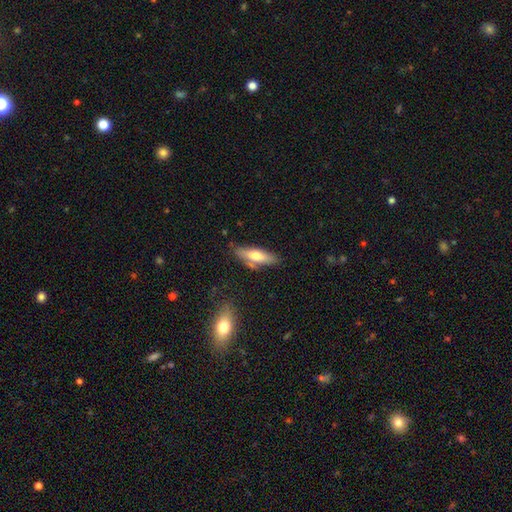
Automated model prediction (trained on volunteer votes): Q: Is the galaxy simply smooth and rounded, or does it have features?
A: smooth — 56%.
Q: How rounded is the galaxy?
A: cigar-shaped — 56%.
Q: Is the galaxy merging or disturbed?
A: none — 72%.